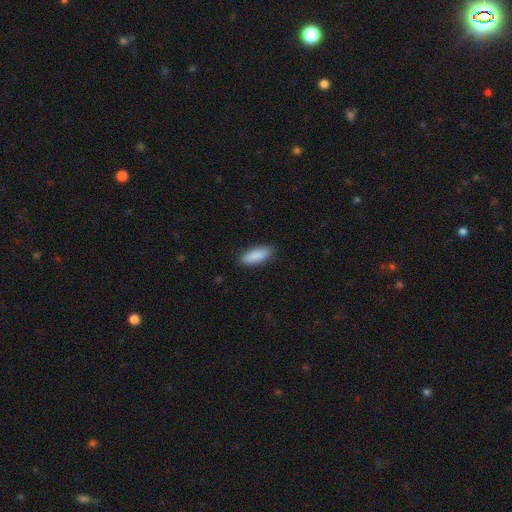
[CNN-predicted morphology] Overall: smooth (89%). How rounded: in between (69%). Merging: none (88%).